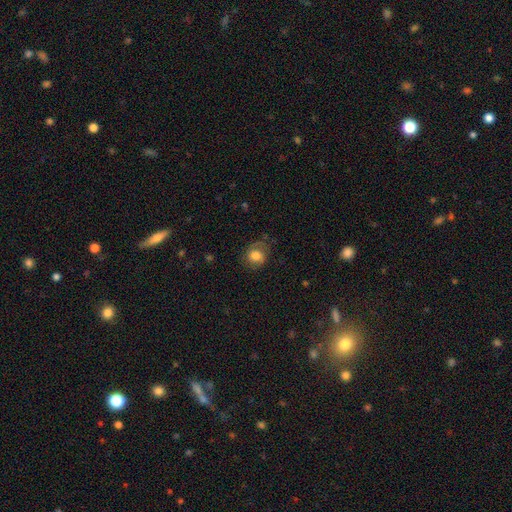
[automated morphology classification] This appears to be a smooth galaxy with no disk features (69%) that is round (67%). Merging: none (61%).